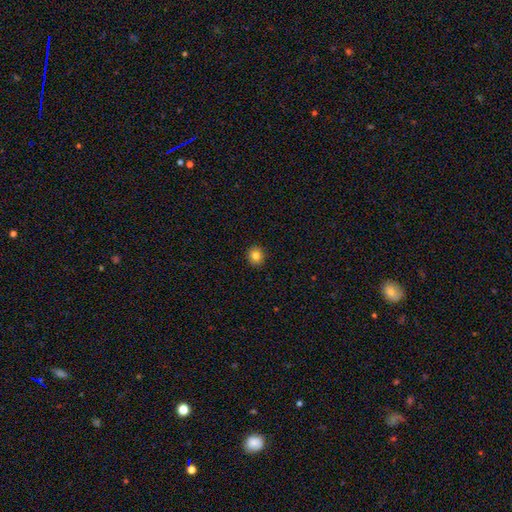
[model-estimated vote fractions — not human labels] Smooth or featured? smooth (83%)
How rounded? round (89%)
Merging? none (92%)